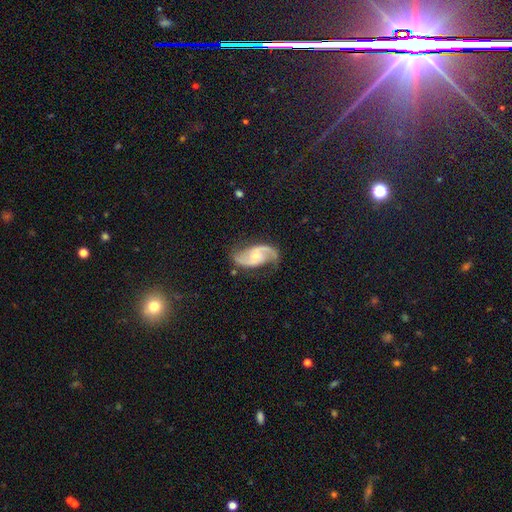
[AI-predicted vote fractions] This appears to be a featured or disk galaxy (89%) with no bar (56%), 2 (93%) medium (45%) spiral arms (97%) and a small central bulge (53%). Merging: none (76%).